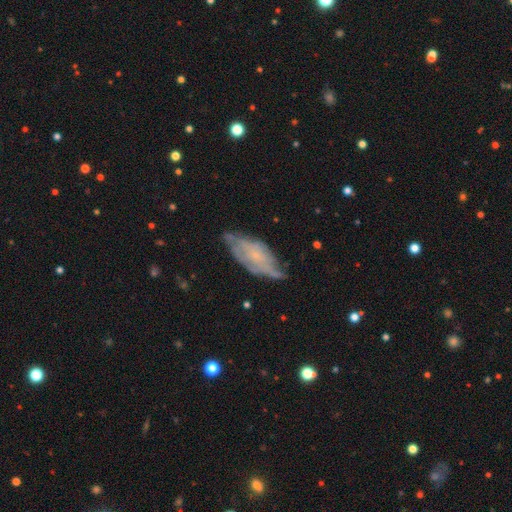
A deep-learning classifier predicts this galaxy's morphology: A featured or disk galaxy (61%) with no bar (77%), spiral arms (68%) and a small central bulge (69%). Merging: none (55%).